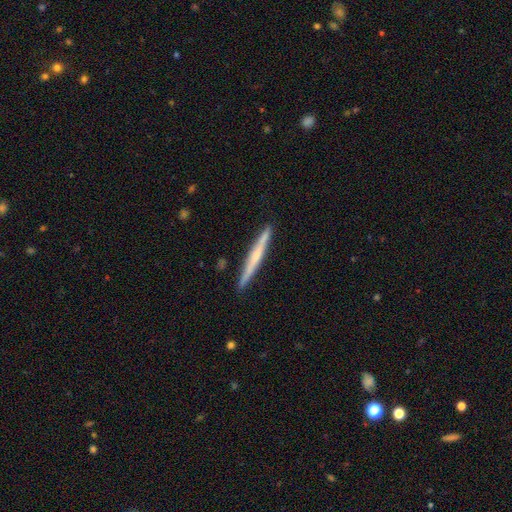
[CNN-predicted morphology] A featured or disk galaxy (59%) viewed edge-on (98%) with a rounded central bulge (47%). Merging: none (91%).